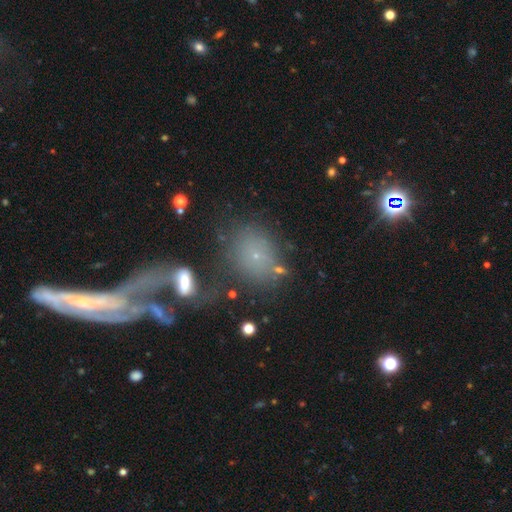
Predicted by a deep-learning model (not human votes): Smooth or featured?
  - smooth: 48% *
  - featured or disk: 31%
  - star or artifact: 21%
Merging?
  - none: 45% *
  - merger: 25%
  - major disturbance: 16%
  - minor disturbance: 13%